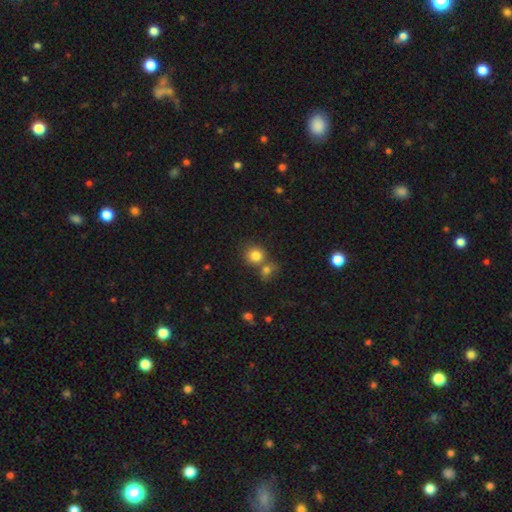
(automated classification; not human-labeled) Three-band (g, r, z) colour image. It shows a smooth galaxy with no disk features (82%) that is round (84%). Merging: none (55%).